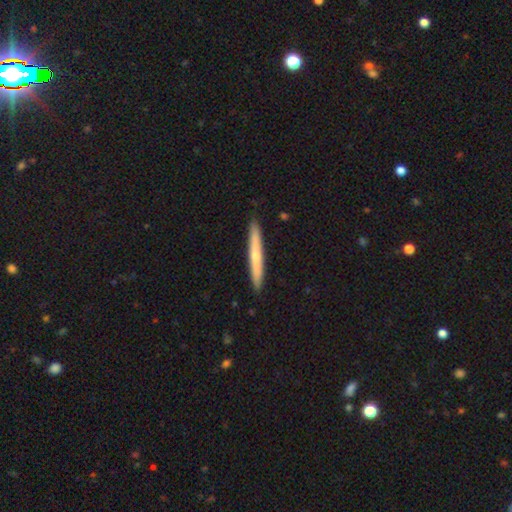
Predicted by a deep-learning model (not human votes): This appears to be a smooth galaxy with no disk features (56%) that is cigar-shaped (96%). Merging: none (91%).